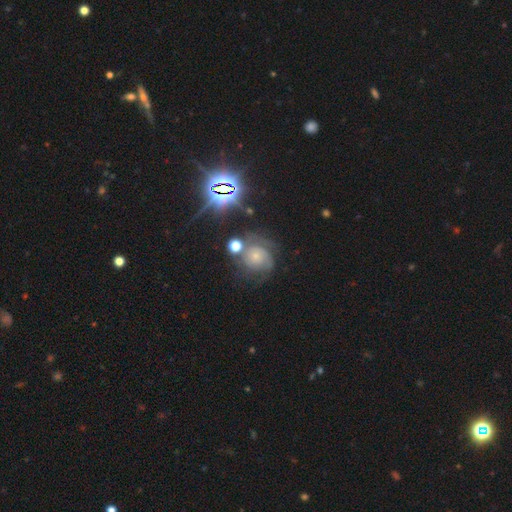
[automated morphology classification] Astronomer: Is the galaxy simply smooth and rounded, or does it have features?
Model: featured or disk — 58%.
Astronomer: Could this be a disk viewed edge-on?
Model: no — 97%.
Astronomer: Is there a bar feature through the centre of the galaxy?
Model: no — 80%.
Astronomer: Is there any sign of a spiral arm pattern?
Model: yes — 87%.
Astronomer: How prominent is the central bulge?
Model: small — 65%.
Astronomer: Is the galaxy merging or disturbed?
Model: none — 55%.